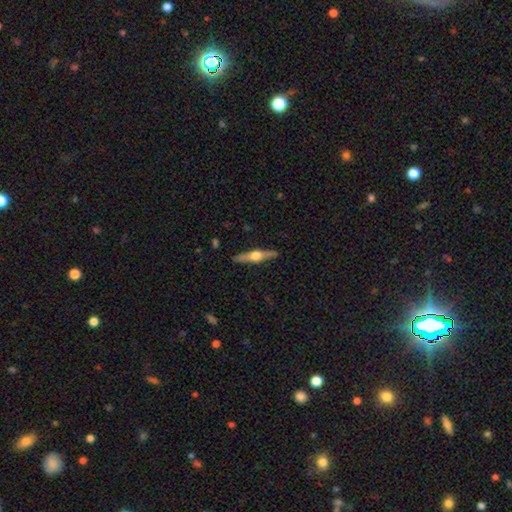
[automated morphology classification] Smooth or featured: featured or disk — 71% (smooth — 23%)
Edge-on disk: yes — 97% (no — 3%)
Edge-on bulge: rounded — 95% (boxy — 3%)
Merging: none — 90% (minor disturbance — 7%)